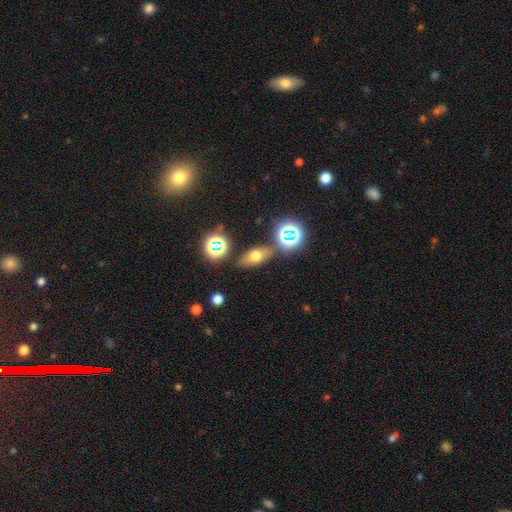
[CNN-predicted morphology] The model was most divided on "smooth or featured": smooth: 58%, featured or disk: 21%, star or artifact: 21%. More confident: merging — none (78%); how rounded — in between (71%).